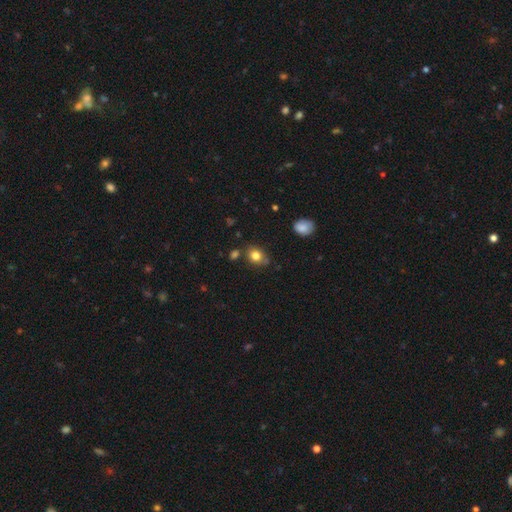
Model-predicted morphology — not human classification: smooth-or-featured: smooth: 81% | star or artifact: 11% | featured or disk: 8%
  how-rounded: in between: 52% | round: 47% | cigar-shaped: 1%
  merging: none: 71% | minor disturbance: 18% | merger: 7% | major disturbance: 4%